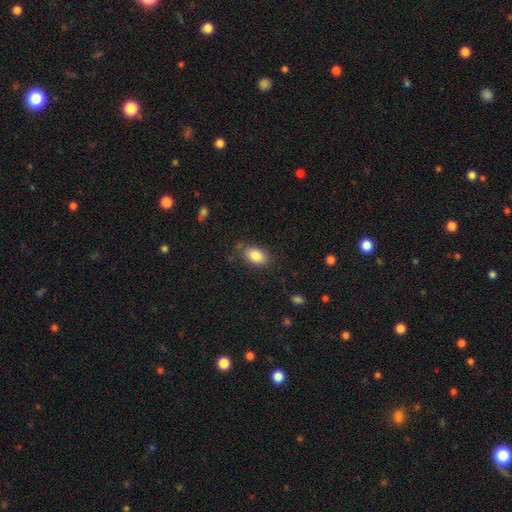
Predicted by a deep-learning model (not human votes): A smooth galaxy with no disk features (84%) that is in between round and cigar-shaped (88%).

Vote fractions:
- Smooth or featured? smooth: 84% / featured or disk: 8% / star or artifact: 8%
- How rounded? in between: 88% / round: 10% / cigar-shaped: 2%
- Merging? none: 78% / minor disturbance: 16% / major disturbance: 4% / merger: 2%